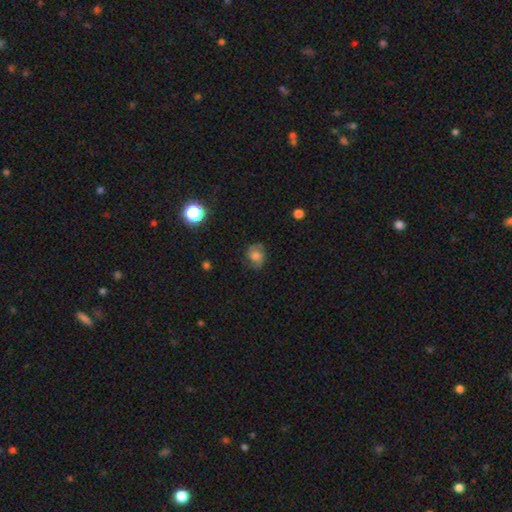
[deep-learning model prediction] Smooth or featured?
  - smooth: 60% *
  - featured or disk: 28%
  - star or artifact: 12%
How rounded?
  - round: 66% *
  - in between: 33%
  - cigar-shaped: 1%
Merging?
  - none: 69% *
  - minor disturbance: 22%
  - major disturbance: 8%
  - merger: 1%